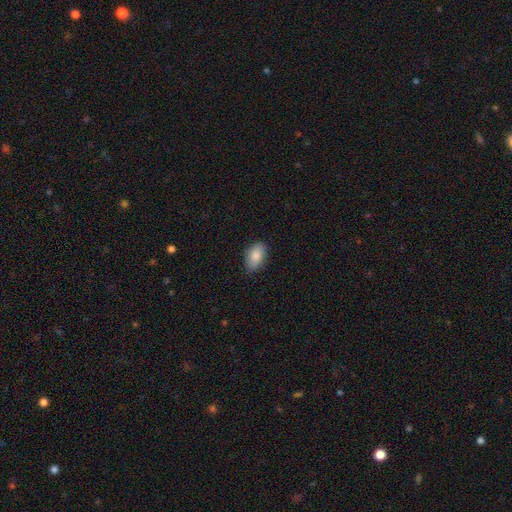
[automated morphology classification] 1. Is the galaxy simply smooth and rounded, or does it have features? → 86% smooth, 7% featured or disk, 6% star or artifact.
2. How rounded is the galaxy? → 93% in between, 5% round, 2% cigar-shaped.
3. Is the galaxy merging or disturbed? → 85% none, 12% minor disturbance, 2% major disturbance, 1% merger.